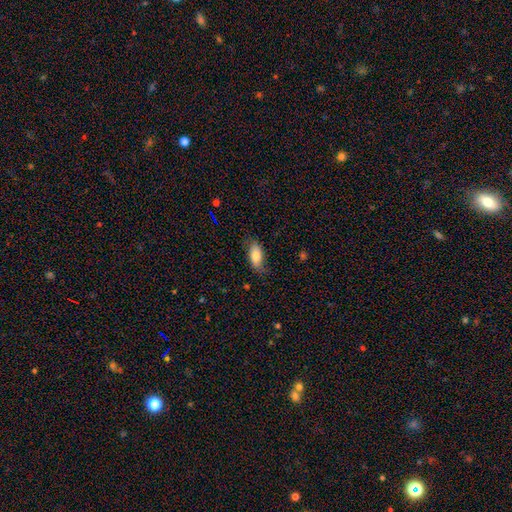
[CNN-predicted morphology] A smooth galaxy with no disk features (76%) that is in between round and cigar-shaped (89%).

Vote fractions:
- Smooth or featured? smooth: 76% / featured or disk: 17% / star or artifact: 7%
- How rounded? in between: 89% / cigar-shaped: 8% / round: 3%
- Merging? none: 69% / minor disturbance: 23% / major disturbance: 7% / merger: 1%